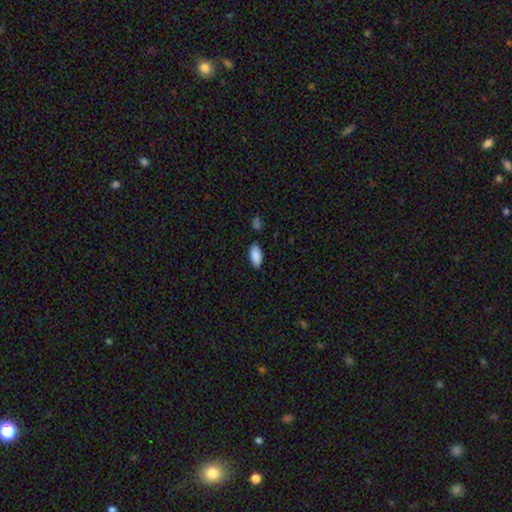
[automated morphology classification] Smooth or featured: smooth — 89% (star or artifact — 6%)
How rounded: in between — 90% (cigar-shaped — 8%)
Merging: none — 85% (minor disturbance — 11%)